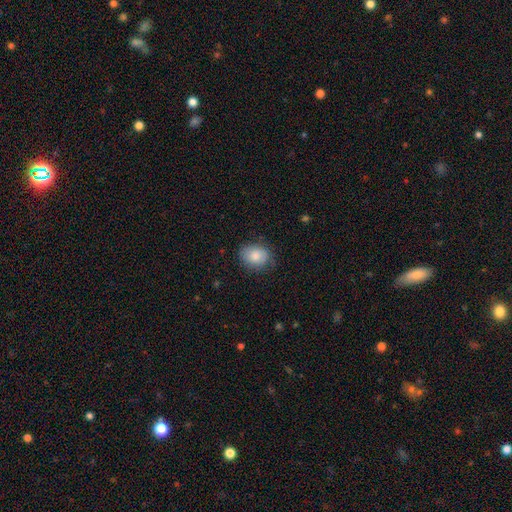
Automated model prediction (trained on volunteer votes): smooth_or_featured: smooth (p=0.82) [alt: featured or disk p=0.10]
how_rounded: in between (p=0.50) [alt: round p=0.49]
merging: none (p=0.76) [alt: minor disturbance p=0.18]